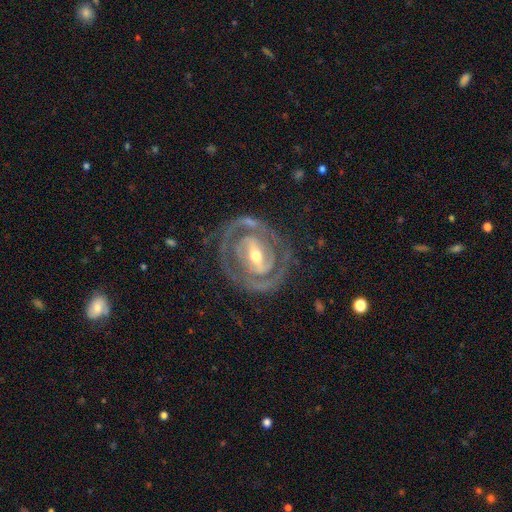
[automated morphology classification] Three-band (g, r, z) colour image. It shows a featured or disk galaxy (88%) with a strong bar (53%), 2 (65%) tight (69%) spiral arms (88%) and a moderate central bulge (55%). Merging: none (74%).